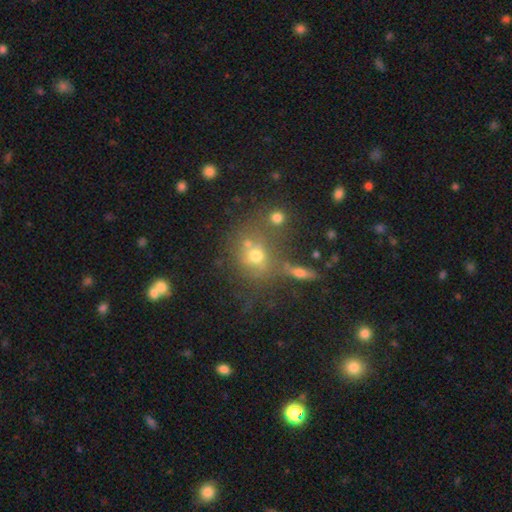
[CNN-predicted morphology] smooth 61%, star or artifact 20%, featured or disk 19%. Down the decision tree: how rounded — round (72%); merging — none (53%).